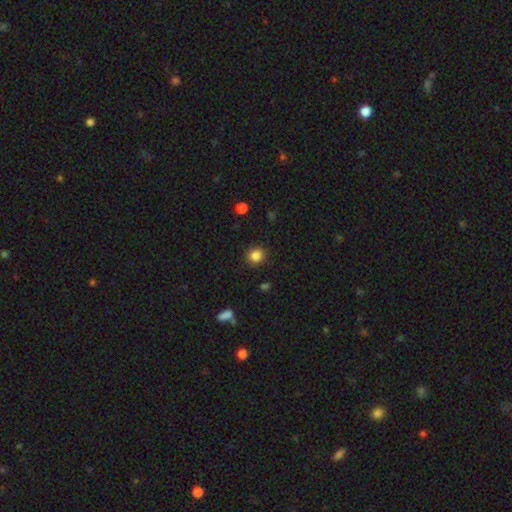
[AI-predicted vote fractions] A smooth galaxy with no disk features (85%) that is round (89%).

Vote fractions:
- Smooth or featured? smooth: 85% / star or artifact: 11% / featured or disk: 4%
- How rounded? round: 89% / in between: 10% / cigar-shaped: 1%
- Merging? none: 89% / minor disturbance: 7% / major disturbance: 2% / merger: 1%